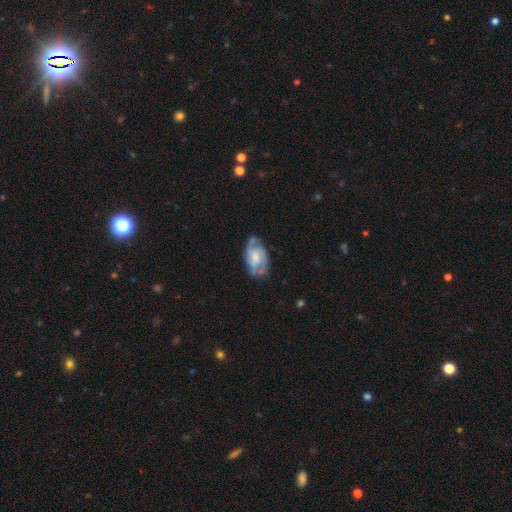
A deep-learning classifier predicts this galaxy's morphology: smooth-or-featured: featured or disk: 72% | smooth: 22% | star or artifact: 6%
  disk-edge-on: no: 96% | yes: 4%
    bar: no: 57% | weak: 36% | strong: 7%
    has-spiral-arms: yes: 89% | no: 11%
      spiral-winding: medium: 46% | tight: 38% | loose: 16%
      spiral-arm-count: 2: 52% | can't tell: 22% | 3: 17% | 1: 4% | 4: 3% | more than 4: 2%
    bulge-size: moderate: 38% | small: 28% | none: 17% | large: 15% | dominant: 2%
  merging: none: 62% | minor disturbance: 25% | major disturbance: 10% | merger: 3%